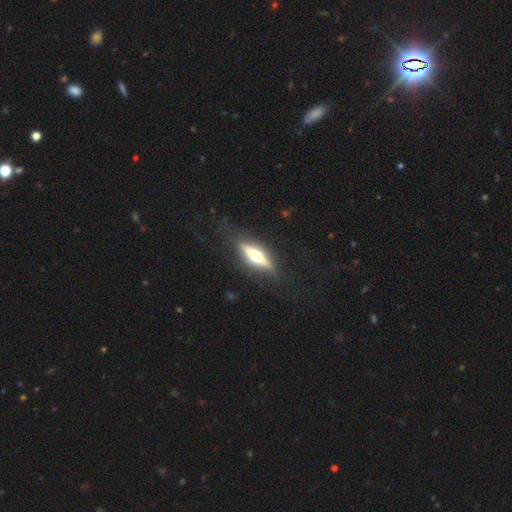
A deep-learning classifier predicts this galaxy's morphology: featured or disk 64%, smooth 30%, star or artifact 5%. Down the decision tree: edge-on disk — yes (90%); edge-on bulge — rounded (92%); merging — none (81%).